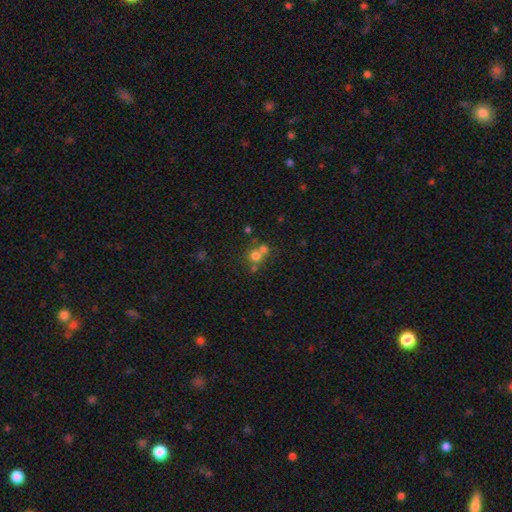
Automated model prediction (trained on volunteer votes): Smooth or featured? smooth (67%)
How rounded? round (87%)
Merging? none (46%)